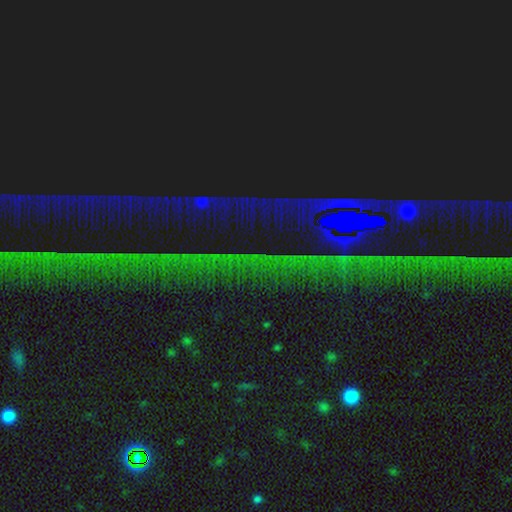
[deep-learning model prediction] A star or artifact, not a galaxy (83%).